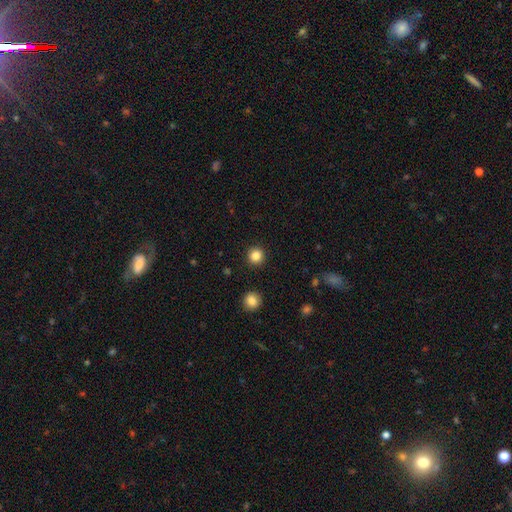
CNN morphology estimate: A smooth galaxy with no disk features (84%) that is round (95%). Merging: none (92%).